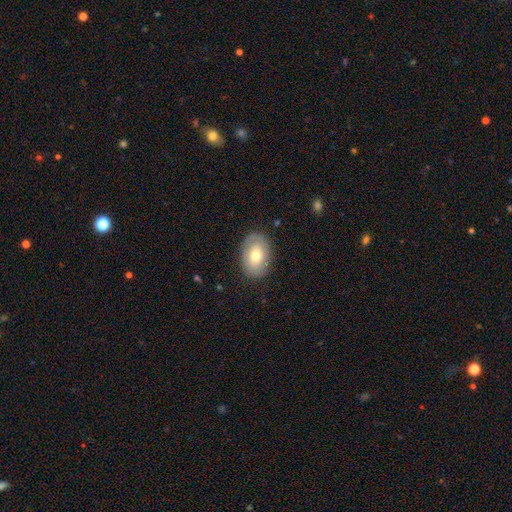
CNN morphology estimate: Smooth or featured?
  - smooth: 60% *
  - featured or disk: 33%
  - star or artifact: 7%
How rounded?
  - in between: 81% *
  - round: 17%
  - cigar-shaped: 1%
Merging?
  - none: 82% *
  - minor disturbance: 13%
  - major disturbance: 4%
  - merger: 1%